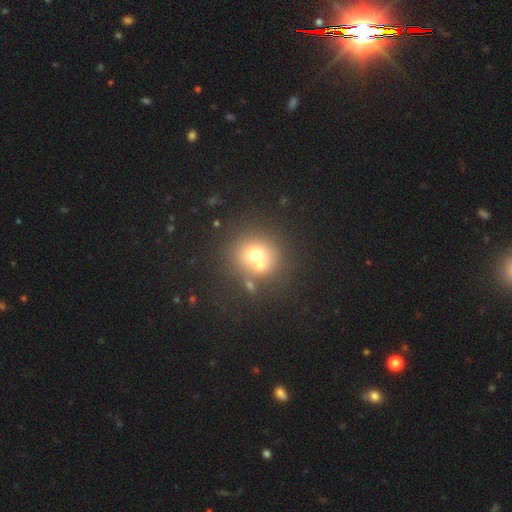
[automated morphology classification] smooth-or-featured: smooth: 66% | featured or disk: 19% | star or artifact: 15%
  how-rounded: round: 87% | in between: 12% | cigar-shaped: 1%
  merging: none: 53% | merger: 33% | minor disturbance: 9% | major disturbance: 4%